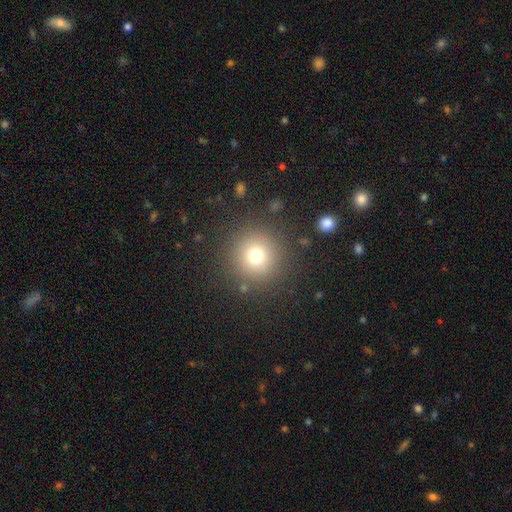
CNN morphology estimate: smooth 73%, star or artifact 16%, featured or disk 11%. Down the decision tree: how rounded — round (94%); merging — none (87%).